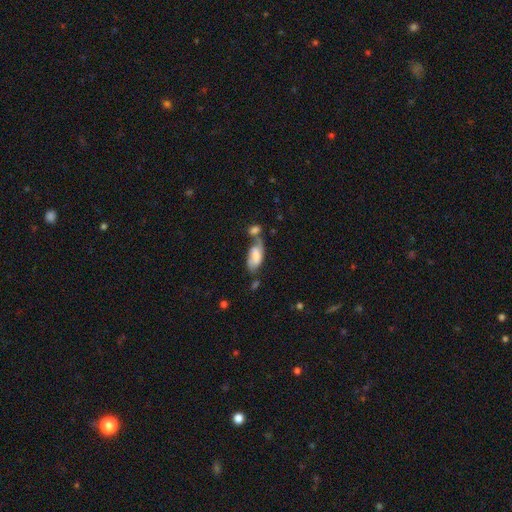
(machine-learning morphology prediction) Smooth or featured? smooth (60%)
How rounded? in between (87%)
Merging? merger (38%)